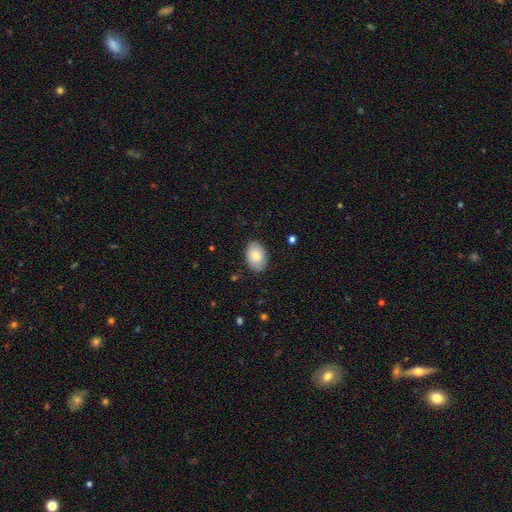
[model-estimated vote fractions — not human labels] smooth-or-featured: smooth: 81% | featured or disk: 12% | star or artifact: 6%
  how-rounded: in between: 88% | round: 11% | cigar-shaped: 1%
  merging: none: 85% | minor disturbance: 11% | major disturbance: 2% | merger: 1%